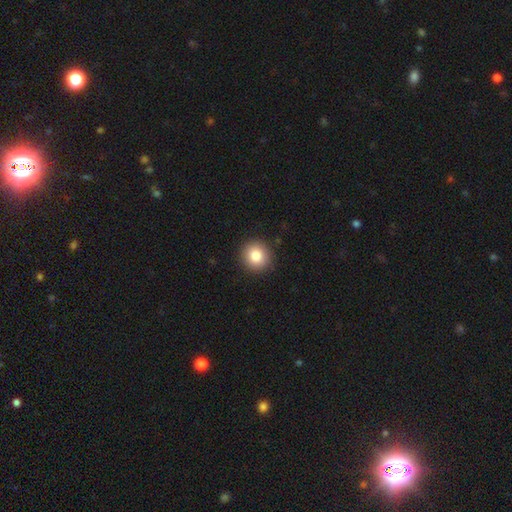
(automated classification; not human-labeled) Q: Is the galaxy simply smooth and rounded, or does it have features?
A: smooth — 84%.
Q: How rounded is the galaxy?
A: round — 91%.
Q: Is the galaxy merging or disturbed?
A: none — 91%.